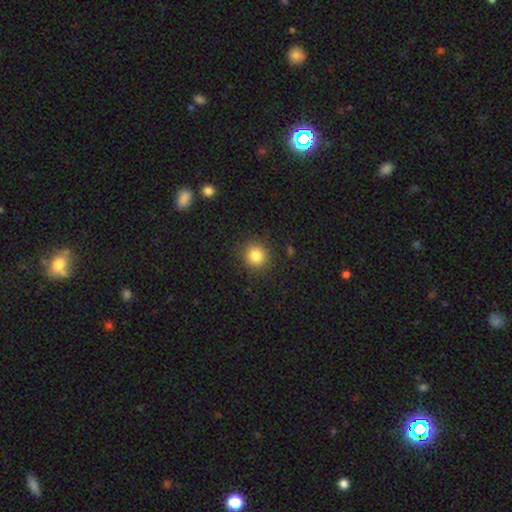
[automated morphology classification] smooth-or-featured: smooth: 83% | star or artifact: 11% | featured or disk: 6%
  how-rounded: round: 90% | in between: 9% | cigar-shaped: 1%
  merging: none: 89% | minor disturbance: 7% | major disturbance: 3% | merger: 1%